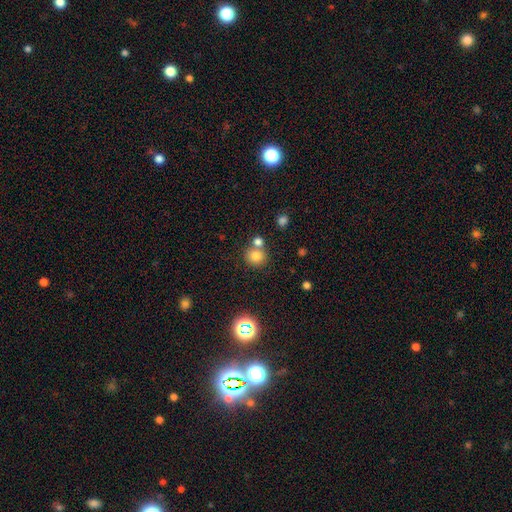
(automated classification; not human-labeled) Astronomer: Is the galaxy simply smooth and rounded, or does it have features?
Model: smooth — 77%.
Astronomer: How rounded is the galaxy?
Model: round — 87%.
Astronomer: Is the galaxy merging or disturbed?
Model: none — 61%.